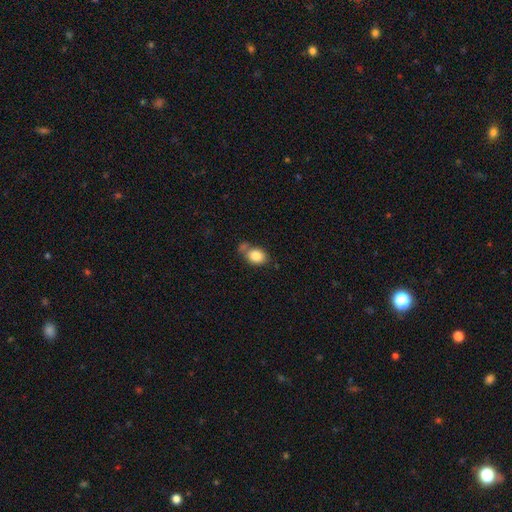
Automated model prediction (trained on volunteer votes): Smooth or featured?
  - smooth: 84% *
  - star or artifact: 8%
  - featured or disk: 8%
How rounded?
  - in between: 63% *
  - round: 36%
  - cigar-shaped: 1%
Merging?
  - none: 53% *
  - merger: 23%
  - minor disturbance: 18%
  - major disturbance: 6%